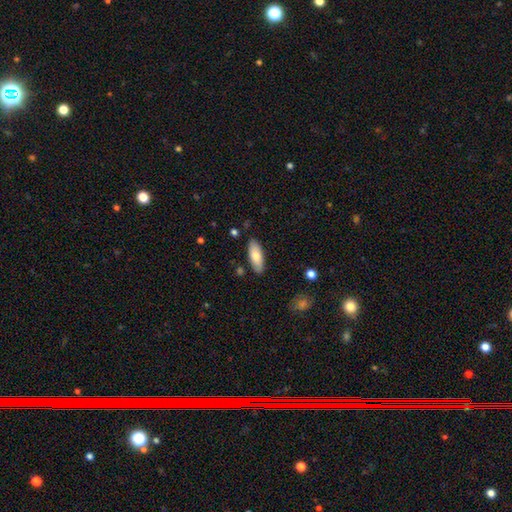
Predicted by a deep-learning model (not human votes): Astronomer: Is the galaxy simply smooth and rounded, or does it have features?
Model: smooth — 76%.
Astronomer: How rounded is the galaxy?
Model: in between — 74%.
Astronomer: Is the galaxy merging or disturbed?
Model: none — 86%.